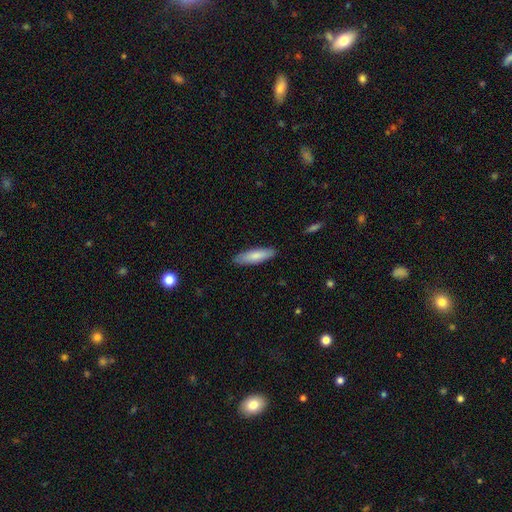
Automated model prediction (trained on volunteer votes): Smooth or featured: smooth — 81% (featured or disk — 14%)
How rounded: cigar-shaped — 59% (in between — 40%)
Merging: none — 87% (minor disturbance — 10%)